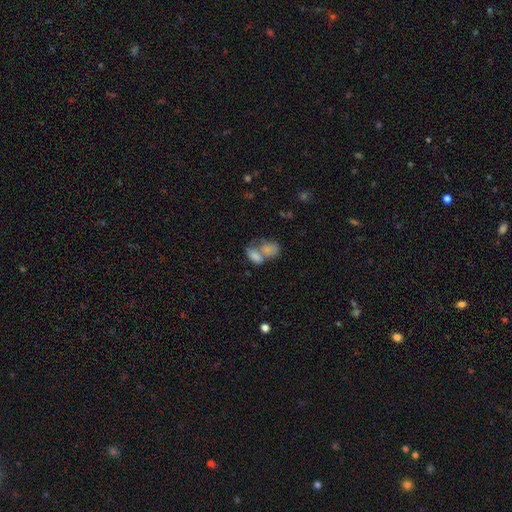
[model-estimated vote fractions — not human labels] A smooth galaxy with no disk features (70%) that is in between round and cigar-shaped (80%).

Vote fractions:
- Smooth or featured? smooth: 70% / featured or disk: 18% / star or artifact: 12%
- How rounded? in between: 80% / round: 17% / cigar-shaped: 3%
- Merging? merger: 65% / none: 21% / minor disturbance: 8% / major disturbance: 6%